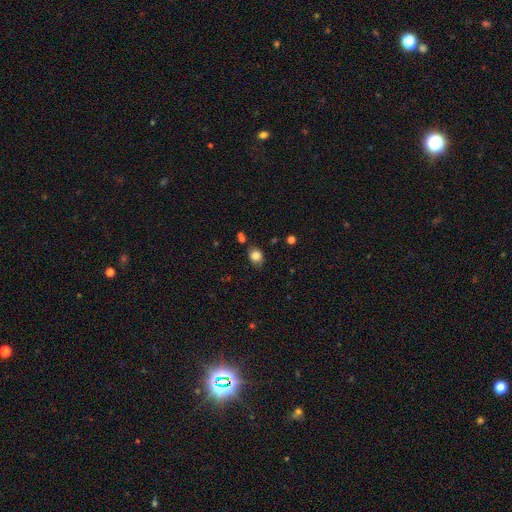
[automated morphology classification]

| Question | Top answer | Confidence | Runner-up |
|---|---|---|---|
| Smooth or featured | smooth | 83% | star or artifact (10%) |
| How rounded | in between | 50% | round (49%) |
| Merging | none | 74% | minor disturbance (17%) |